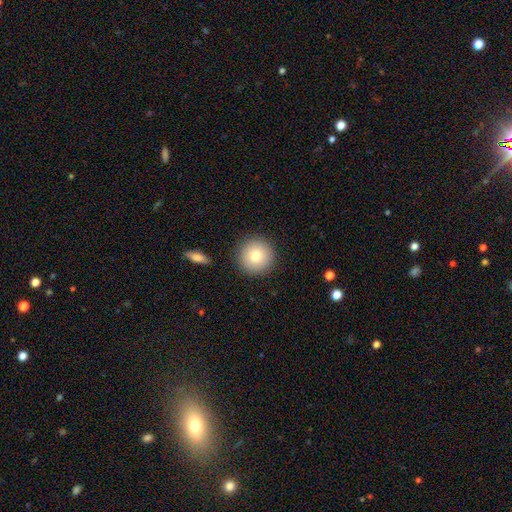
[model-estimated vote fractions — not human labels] Morphology: type=smooth (78%); roundness=round (96%); merging=none (90%).